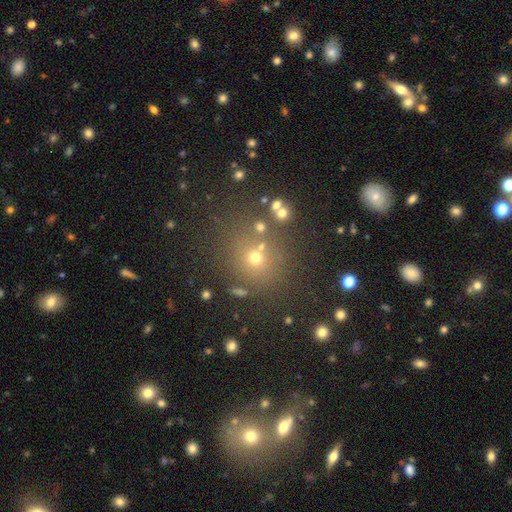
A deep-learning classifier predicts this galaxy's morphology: Smooth or featured: smooth — 56% (star or artifact — 33%)
How rounded: round — 85% (in between — 14%)
Merging: none — 74% (merger — 11%)